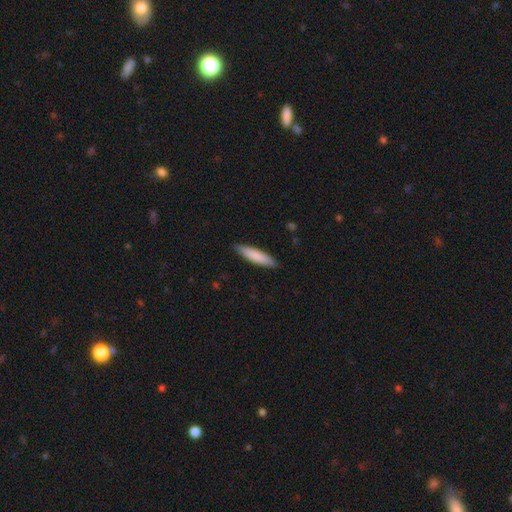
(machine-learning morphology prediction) Smooth or featured: smooth — 83% (featured or disk — 12%)
How rounded: cigar-shaped — 78% (in between — 21%)
Merging: none — 88% (minor disturbance — 9%)